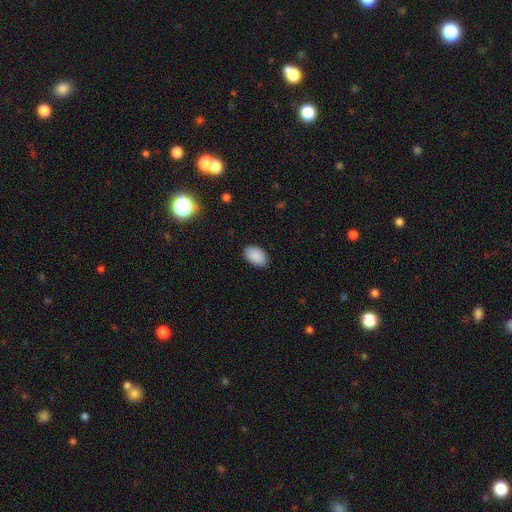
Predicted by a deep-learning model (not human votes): A smooth galaxy with no disk features (90%) that is in between round and cigar-shaped (91%).

Vote fractions:
- Smooth or featured? smooth: 90% / star or artifact: 7% / featured or disk: 3%
- How rounded? in between: 91% / round: 8% / cigar-shaped: 1%
- Merging? none: 88% / minor disturbance: 9% / major disturbance: 2% / merger: 1%